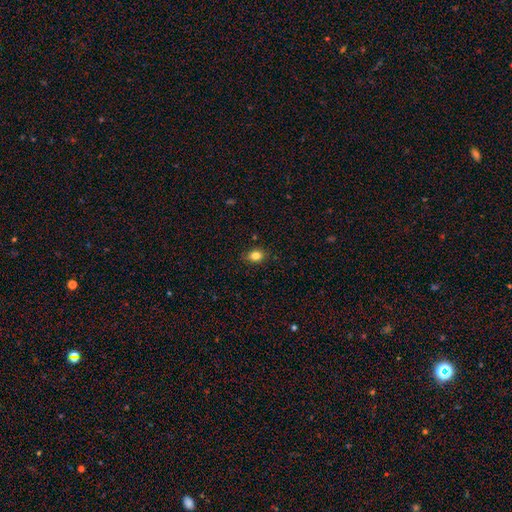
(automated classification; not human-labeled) The model was most divided on "how rounded": in between: 60%, round: 38%, cigar-shaped: 1%. More confident: merging — none (85%); smooth or featured — smooth (83%).